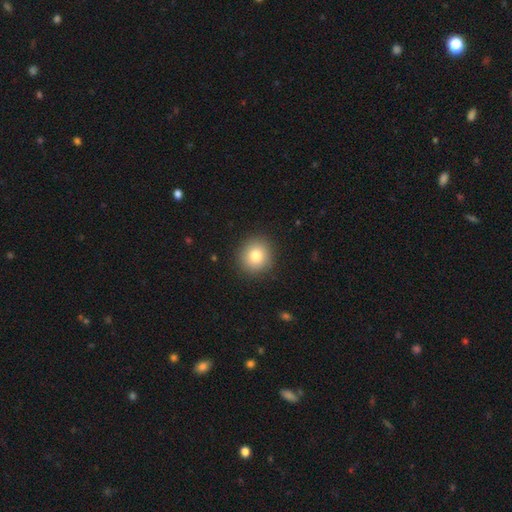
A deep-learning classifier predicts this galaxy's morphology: type=smooth (80%); roundness=round (90%); merging=none (90%).